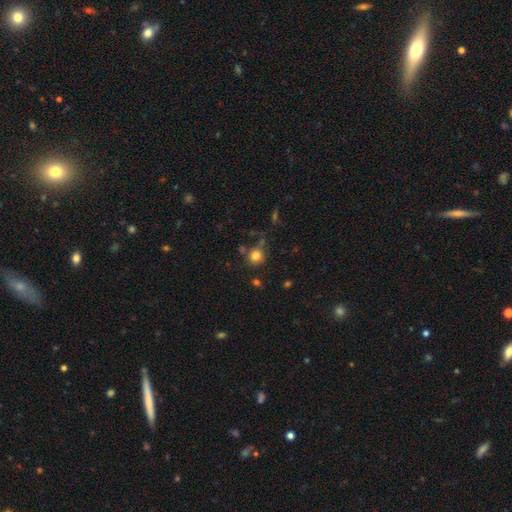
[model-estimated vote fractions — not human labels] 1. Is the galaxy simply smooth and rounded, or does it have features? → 80% smooth, 13% star or artifact, 7% featured or disk.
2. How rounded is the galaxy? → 90% round, 9% in between, 1% cigar-shaped.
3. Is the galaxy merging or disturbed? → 74% none, 12% minor disturbance, 8% merger, 5% major disturbance.